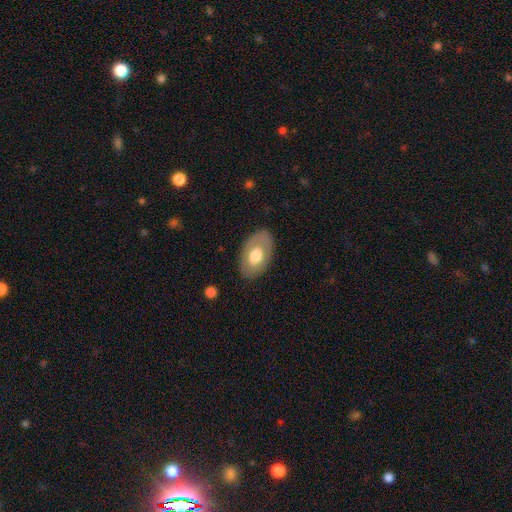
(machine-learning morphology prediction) This is possibly a smooth galaxy (59%). How rounded: clearly in between (91%). Merging: clearly none (82%).